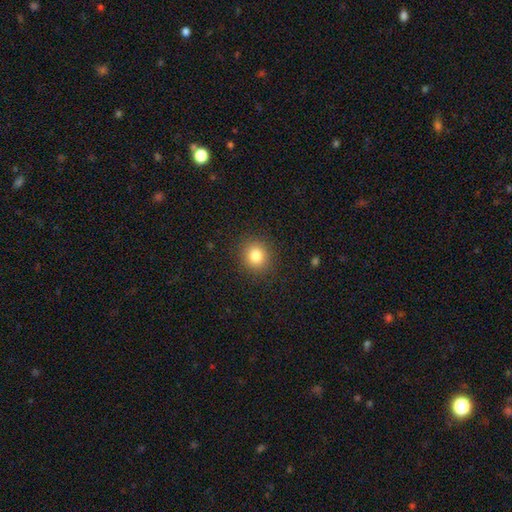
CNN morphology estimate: Smooth or featured? smooth (82%)
How rounded? round (83%)
Merging? none (89%)